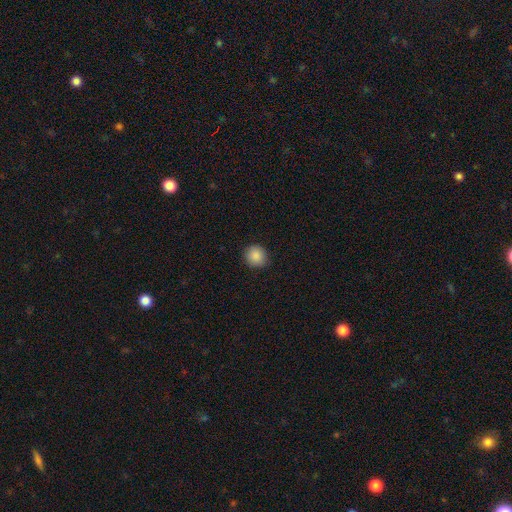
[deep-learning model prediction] Overall: smooth (88%). How rounded: round (88%). Merging: none (90%).